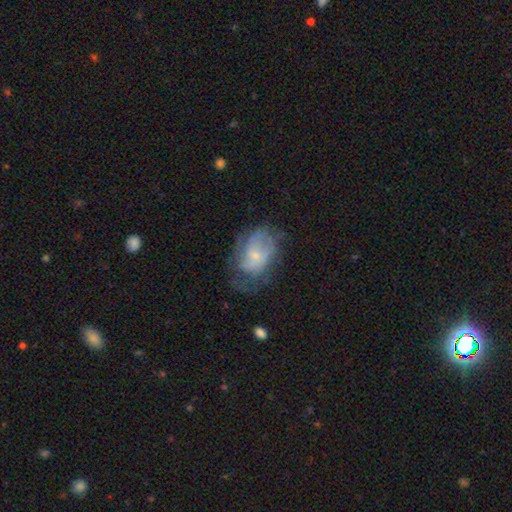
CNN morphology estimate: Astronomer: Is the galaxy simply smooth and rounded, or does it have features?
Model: featured or disk — 54% (runner-up: smooth, 37%).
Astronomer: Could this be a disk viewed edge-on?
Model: no — 97%.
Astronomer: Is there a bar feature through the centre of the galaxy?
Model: no — 72%.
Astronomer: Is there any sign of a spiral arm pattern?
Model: yes — 67%.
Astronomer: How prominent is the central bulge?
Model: small — 68%.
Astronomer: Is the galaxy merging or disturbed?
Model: none — 45% (runner-up: minor disturbance, 28%).